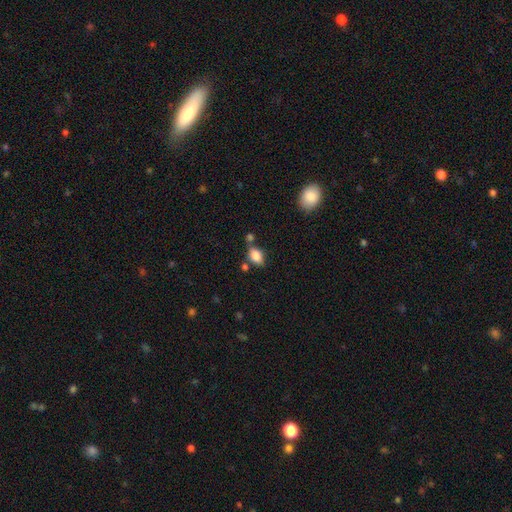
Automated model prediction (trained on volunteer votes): Smooth or featured: smooth — 83% (star or artifact — 9%)
How rounded: in between — 84% (round — 13%)
Merging: none — 62% (merger — 17%)